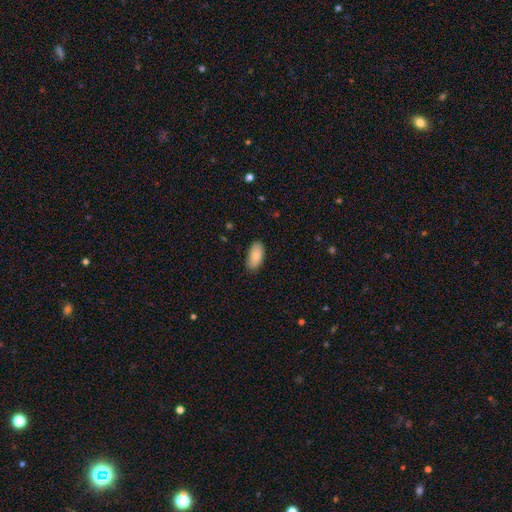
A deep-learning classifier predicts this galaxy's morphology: This appears to be a smooth galaxy with no disk features (86%) that is in between round and cigar-shaped (93%). Merging: none (85%).